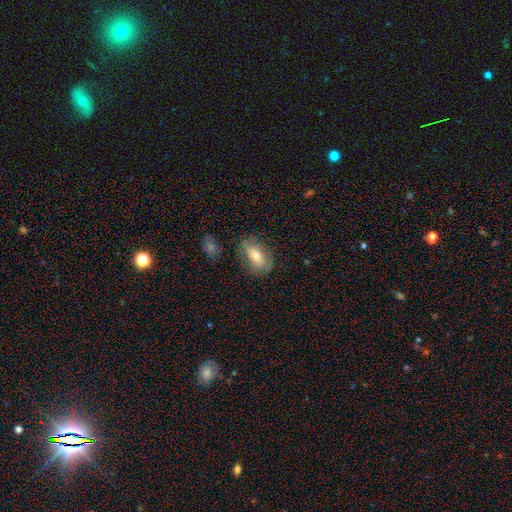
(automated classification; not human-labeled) Overall: smooth (58%; featured or disk 34%). How rounded: in between (84%). Merging: none (73%).